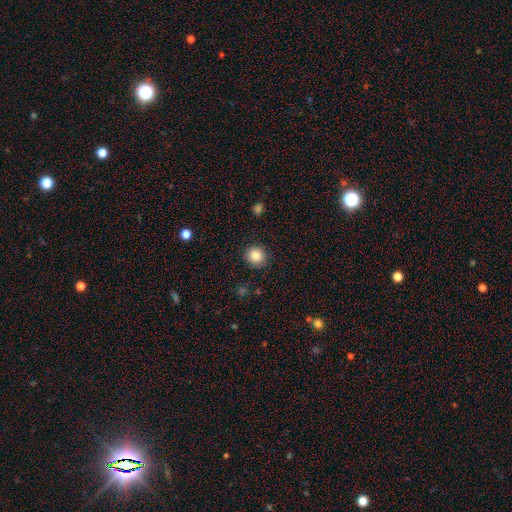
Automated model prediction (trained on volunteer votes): A smooth galaxy with no disk features (86%) that is round (92%). Merging: none (90%).